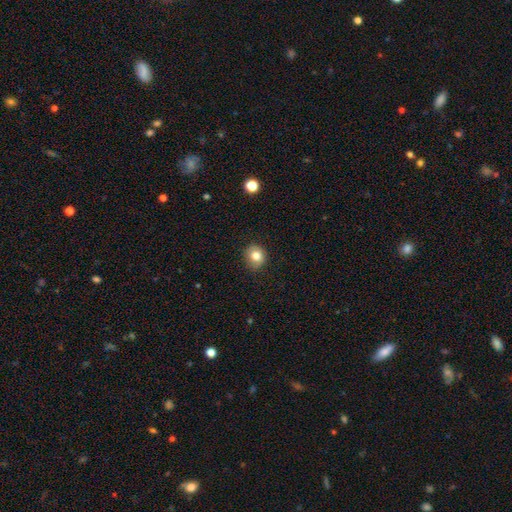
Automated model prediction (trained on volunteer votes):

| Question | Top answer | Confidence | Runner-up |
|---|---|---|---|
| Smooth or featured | smooth | 81% | star or artifact (10%) |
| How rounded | round | 77% | in between (22%) |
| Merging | none | 83% | minor disturbance (13%) |